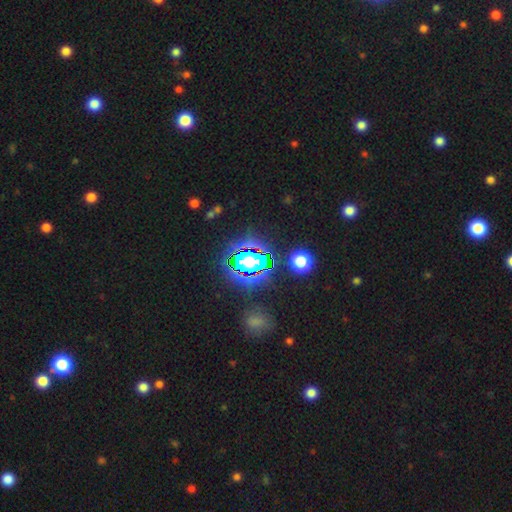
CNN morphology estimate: Smooth or featured? star or artifact (81%)